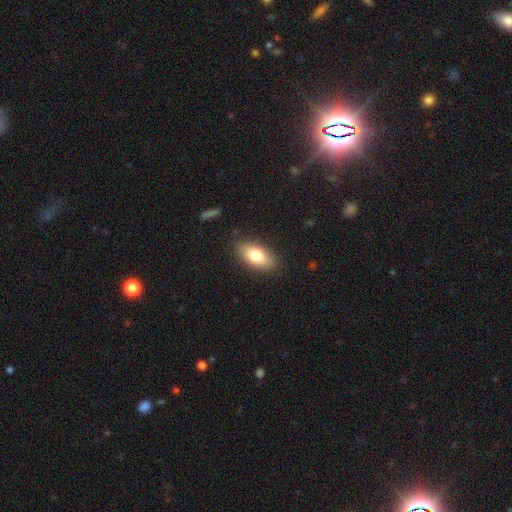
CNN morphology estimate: Smooth or featured: smooth — 76% (featured or disk — 17%)
How rounded: in between — 86% (cigar-shaped — 10%)
Merging: none — 86% (minor disturbance — 10%)